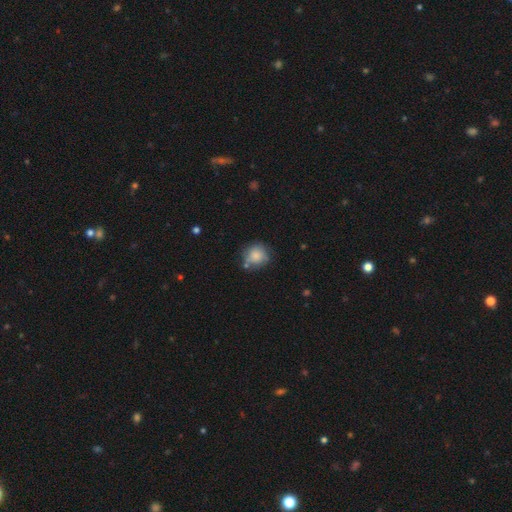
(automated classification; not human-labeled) The model was most divided on "merging": none: 63%, minor disturbance: 22%, merger: 9%, major disturbance: 6%. More confident: how rounded — round (85%); smooth or featured — smooth (82%).